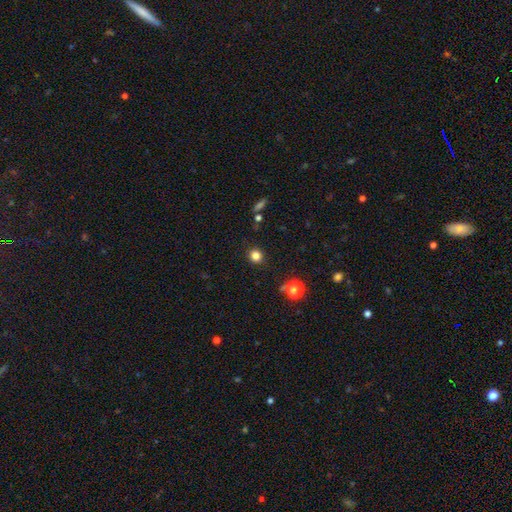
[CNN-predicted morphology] Smooth or featured: smooth — 81% (star or artifact — 14%)
How rounded: round — 89% (in between — 10%)
Merging: none — 89% (minor disturbance — 7%)